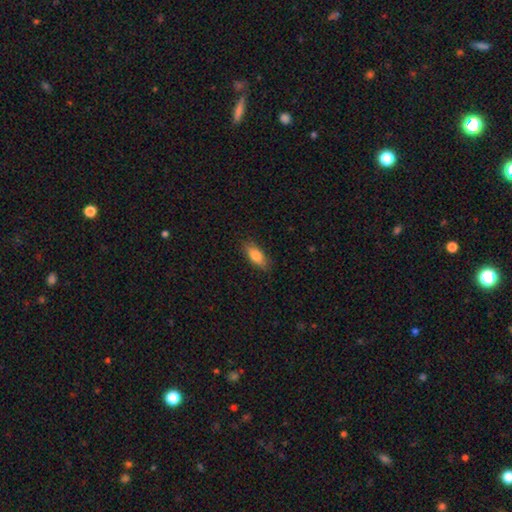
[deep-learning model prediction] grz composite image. It shows a smooth galaxy with no disk features (81%) that is in between round and cigar-shaped (81%). Merging: none (85%).